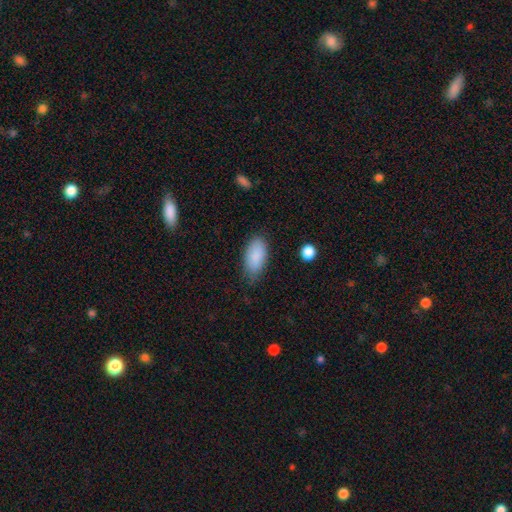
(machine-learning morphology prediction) Q: Smooth or featured?
A: smooth (88%); runner-up: star or artifact (7%)
Q: How rounded?
A: in between (92%); runner-up: cigar-shaped (5%)
Q: Merging?
A: none (77%); runner-up: minor disturbance (17%)